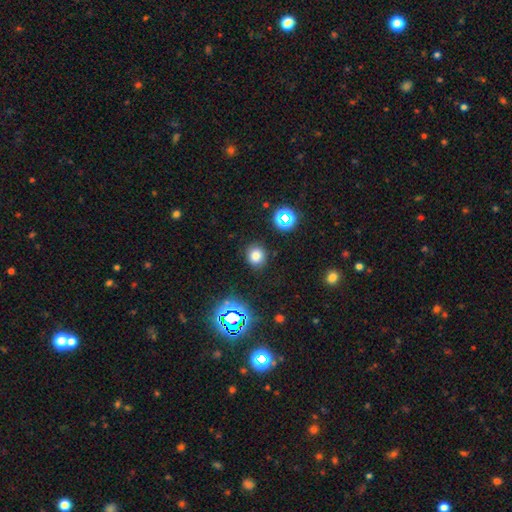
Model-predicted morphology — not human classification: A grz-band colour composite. It shows a smooth galaxy with no disk features (74%) that is round (85%). Merging: none (87%).